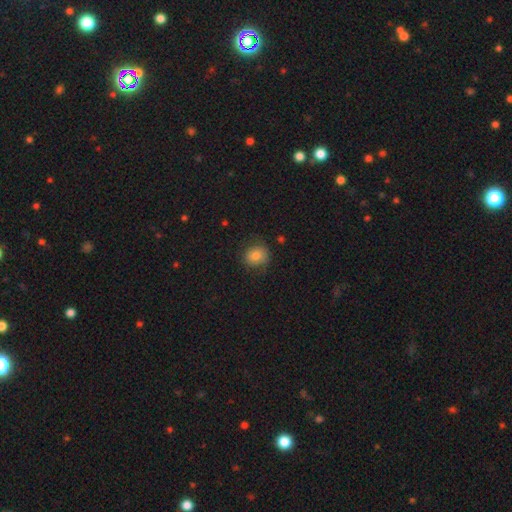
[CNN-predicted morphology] The model was most divided on "merging": none: 73%, minor disturbance: 19%, major disturbance: 7%, merger: 1%. More confident: how rounded — round (79%); smooth or featured — smooth (76%).